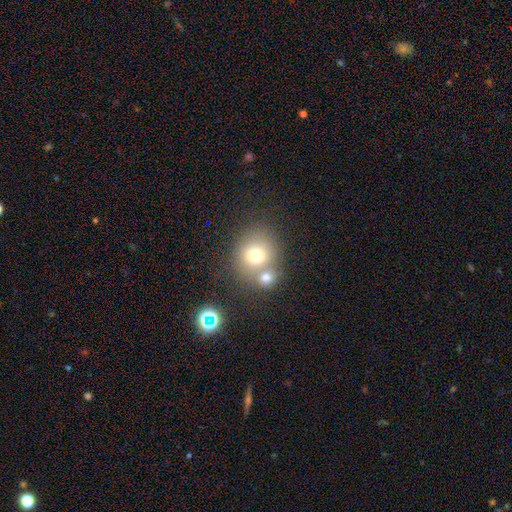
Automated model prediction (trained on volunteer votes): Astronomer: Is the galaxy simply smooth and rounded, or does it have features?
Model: smooth — 71%.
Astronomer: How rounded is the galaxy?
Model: round — 78%.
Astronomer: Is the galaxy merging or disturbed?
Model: none — 48% (runner-up: merger, 38%).